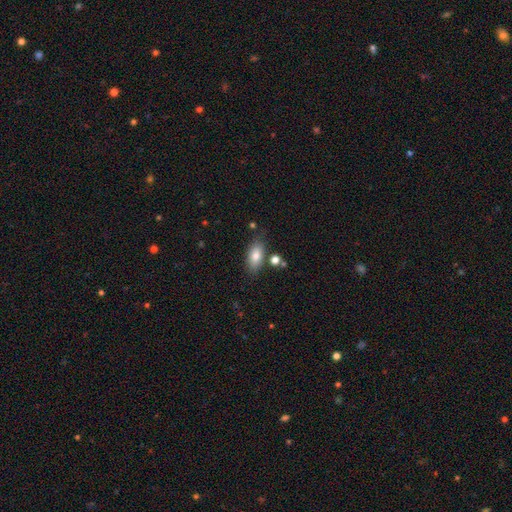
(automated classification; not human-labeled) This appears to be a smooth galaxy with no disk features (81%) that is in between round and cigar-shaped (87%). Merging: none (77%).